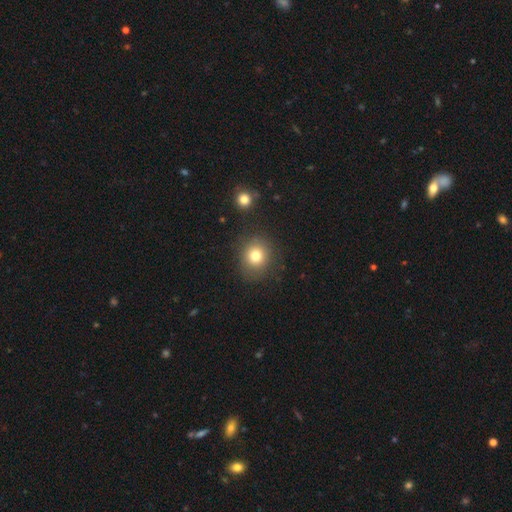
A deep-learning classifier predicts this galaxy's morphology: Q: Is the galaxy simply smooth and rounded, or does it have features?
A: smooth — 78%.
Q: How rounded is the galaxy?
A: round — 84%.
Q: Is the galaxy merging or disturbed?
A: none — 84%.